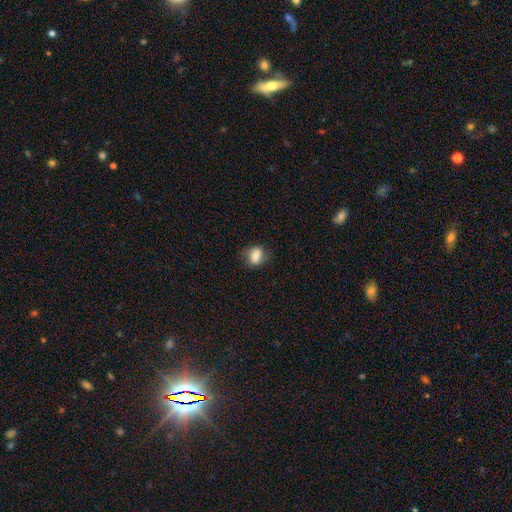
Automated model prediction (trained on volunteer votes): smooth_or_featured: smooth (p=0.76) [alt: featured or disk p=0.15]
how_rounded: in between (p=0.60) [alt: round p=0.39]
merging: none (p=0.73) [alt: minor disturbance p=0.20]